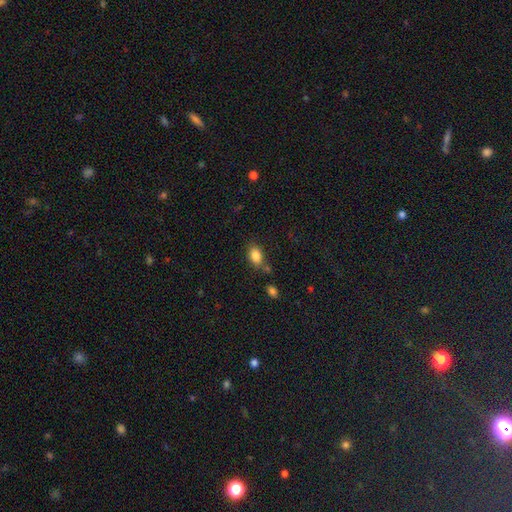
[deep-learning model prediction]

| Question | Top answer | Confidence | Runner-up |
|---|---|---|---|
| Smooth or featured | smooth | 85% | star or artifact (9%) |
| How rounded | in between | 84% | round (14%) |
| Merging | none | 70% | minor disturbance (15%) |